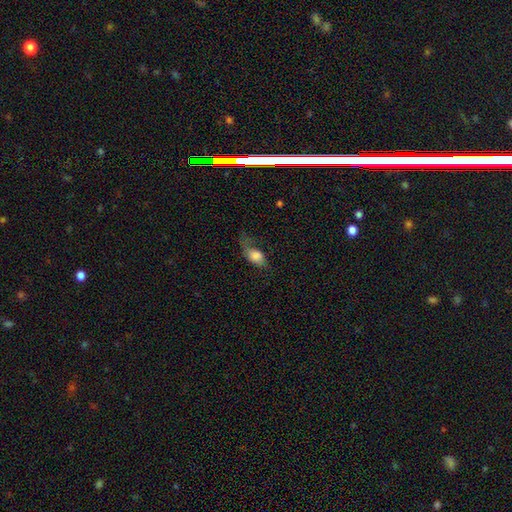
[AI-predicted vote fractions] Smooth or featured? Predicted: smooth (p=0.74). How rounded? Predicted: in between (p=0.85). Merging? Predicted: major disturbance (p=0.37).